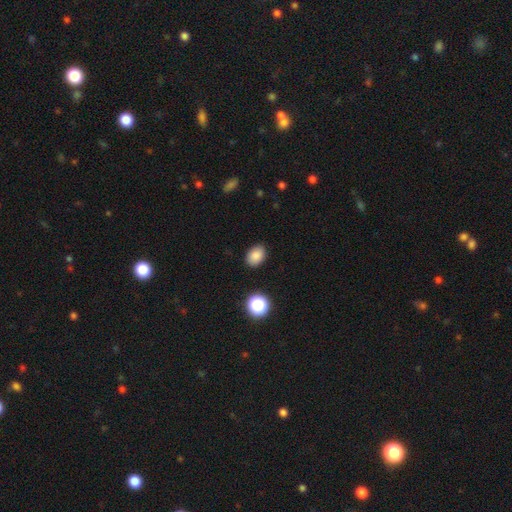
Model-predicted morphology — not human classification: Smooth or featured? Predicted: smooth (p=0.86). How rounded? Predicted: in between (p=0.75). Merging? Predicted: none (p=0.87).